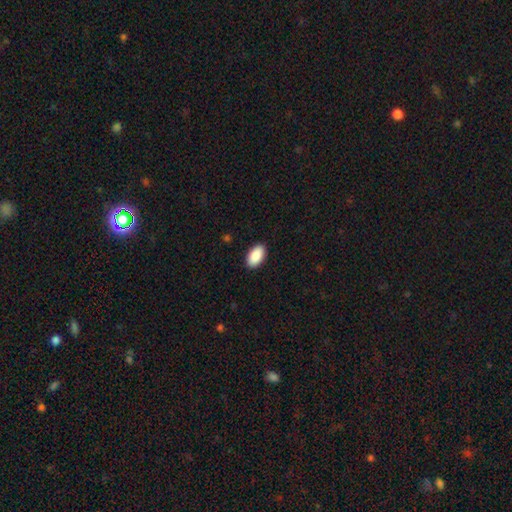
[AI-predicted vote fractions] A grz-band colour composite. It shows a smooth galaxy with no disk features (91%) that is in between round and cigar-shaped (96%). Merging: none (90%).